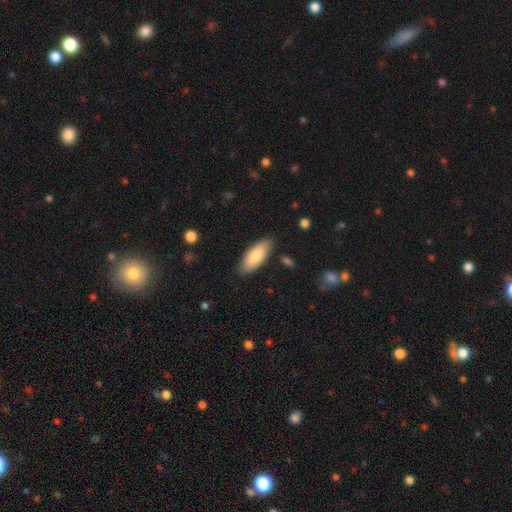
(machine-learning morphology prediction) Q: Smooth or featured?
A: smooth (79%); runner-up: featured or disk (15%)
Q: How rounded?
A: in between (77%); runner-up: cigar-shaped (21%)
Q: Merging?
A: none (83%); runner-up: minor disturbance (13%)